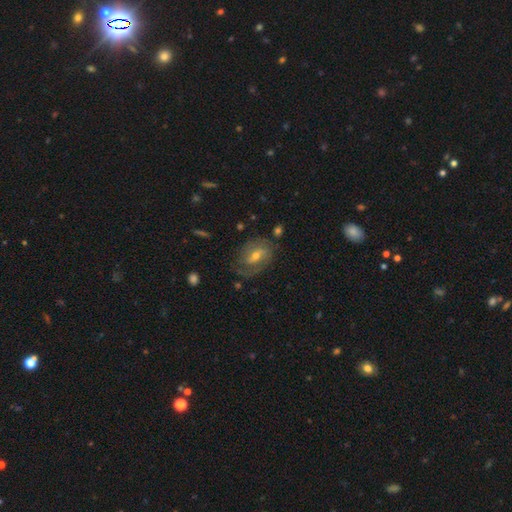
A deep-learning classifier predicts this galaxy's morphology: Q: Smooth or featured?
A: featured or disk (70%); runner-up: smooth (22%)
Q: Edge-on disk?
A: no (95%); runner-up: yes (5%)
Q: Bar?
A: weak (48%); runner-up: no (27%)
Q: Spiral arms?
A: yes (83%); runner-up: no (17%)
Q: Spiral winding?
A: medium (41%); runner-up: tight (39%)
Q: Spiral arm count?
A: 2 (53%); runner-up: 1 (21%)
Q: Bulge size?
A: moderate (55%); runner-up: small (40%)
Q: Merging?
A: none (63%); runner-up: minor disturbance (21%)